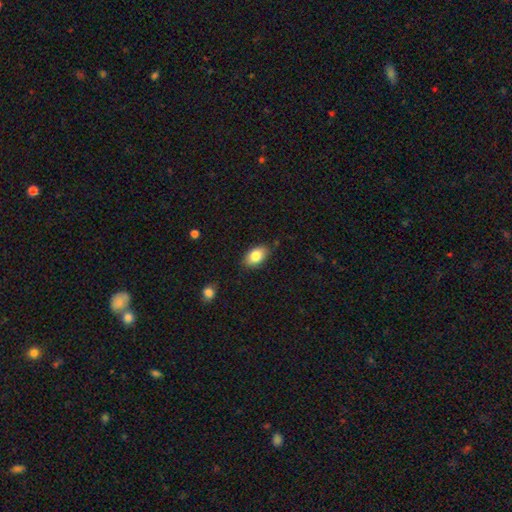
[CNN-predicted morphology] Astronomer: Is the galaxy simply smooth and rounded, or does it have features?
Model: smooth — 83%.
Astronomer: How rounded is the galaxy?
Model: in between — 91%.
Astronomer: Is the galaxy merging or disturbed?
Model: none — 83%.